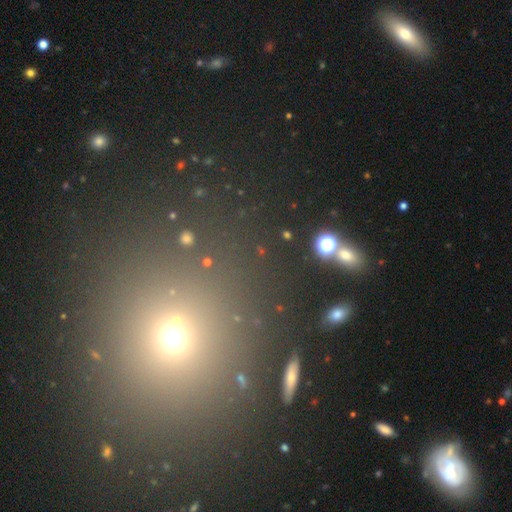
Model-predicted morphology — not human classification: type=star or artifact (45%, tied with smooth).